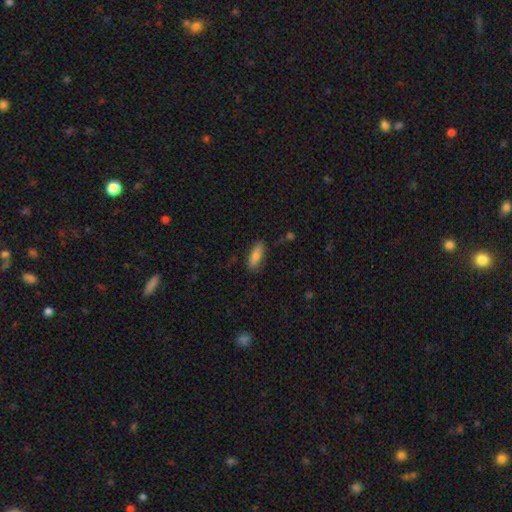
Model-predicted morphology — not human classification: A smooth galaxy with no disk features (79%) that is in between round and cigar-shaped (65%).

Vote fractions:
- Smooth or featured? smooth: 79% / featured or disk: 15% / star or artifact: 7%
- How rounded? in between: 65% / cigar-shaped: 33% / round: 2%
- Merging? none: 79% / minor disturbance: 16% / major disturbance: 3% / merger: 2%